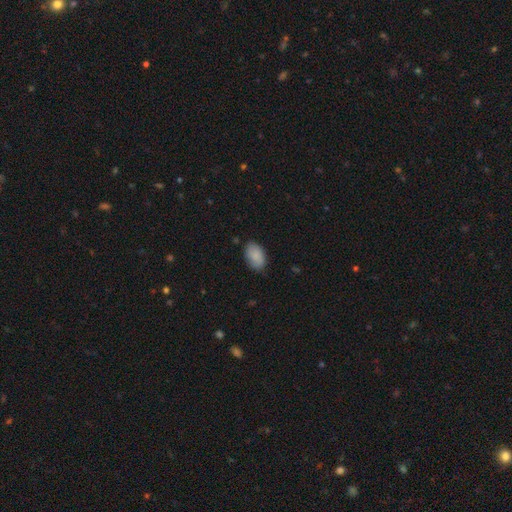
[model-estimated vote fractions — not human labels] Smooth or featured? Predicted: smooth (p=0.86). How rounded? Predicted: in between (p=0.89). Merging? Predicted: none (p=0.77).